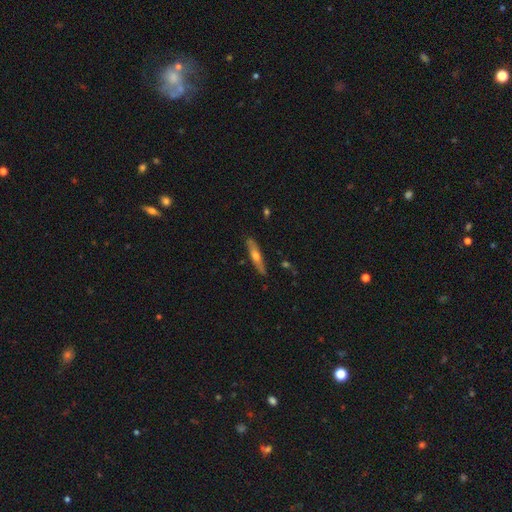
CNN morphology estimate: This is possibly a featured or disk galaxy (55%). It is clearly viewed edge-on (89%). Merging: clearly none (85%).